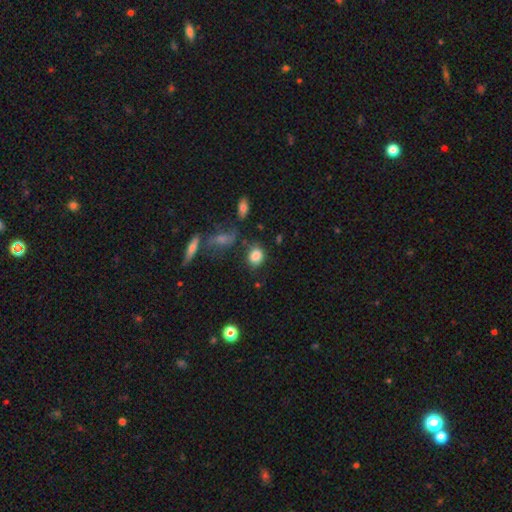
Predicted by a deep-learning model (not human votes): Smooth or featured: smooth — 84% (star or artifact — 9%)
How rounded: in between — 50% (round — 48%)
Merging: none — 66% (minor disturbance — 20%)